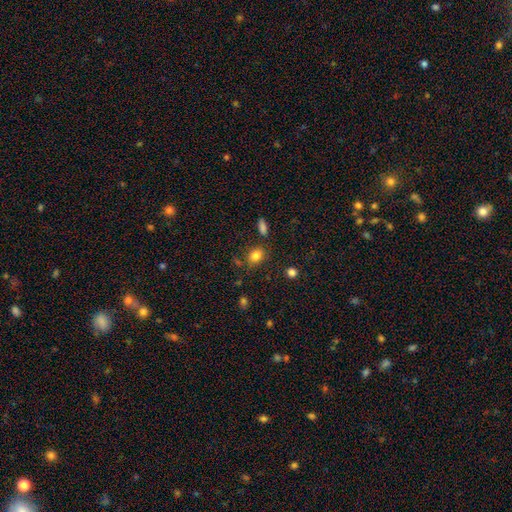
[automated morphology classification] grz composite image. It shows a smooth galaxy with no disk features (83%) that is in between round and cigar-shaped (63%). Merging: none (76%).